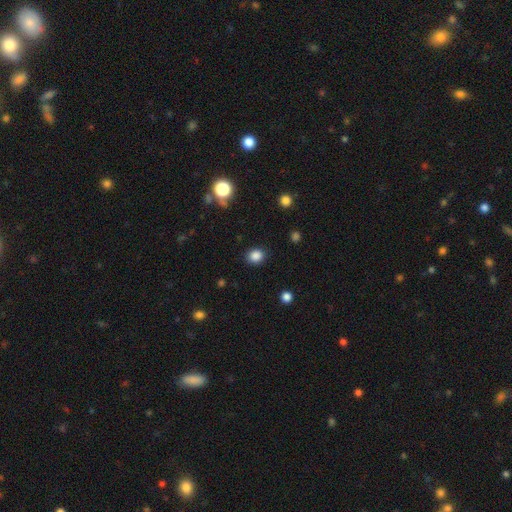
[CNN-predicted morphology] Overall: smooth (85%). How rounded: round (66%; in between 33%). Merging: none (87%).